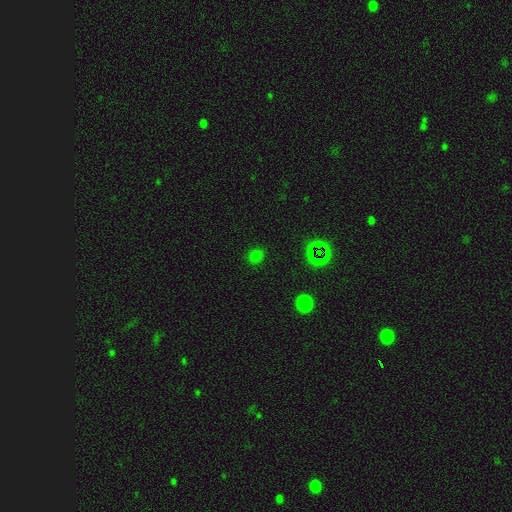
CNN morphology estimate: A smooth galaxy with no disk features (65%) that is round (69%).

Vote fractions:
- Smooth or featured? smooth: 65% / star or artifact: 30% / featured or disk: 5%
- How rounded? round: 69% / in between: 30% / cigar-shaped: 1%
- Merging? none: 85% / minor disturbance: 10% / major disturbance: 3% / merger: 2%